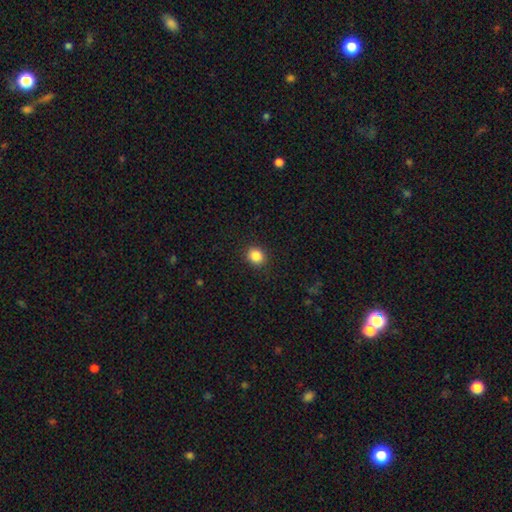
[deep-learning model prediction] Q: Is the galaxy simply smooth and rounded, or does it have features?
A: smooth — 86%.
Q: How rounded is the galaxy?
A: round — 78%.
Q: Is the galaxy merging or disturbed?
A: none — 91%.